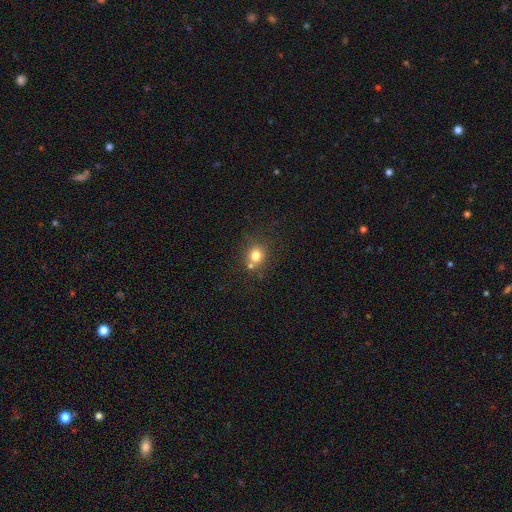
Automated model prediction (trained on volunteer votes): A smooth galaxy with no disk features (77%) that is round (83%). Merging: none (65%).